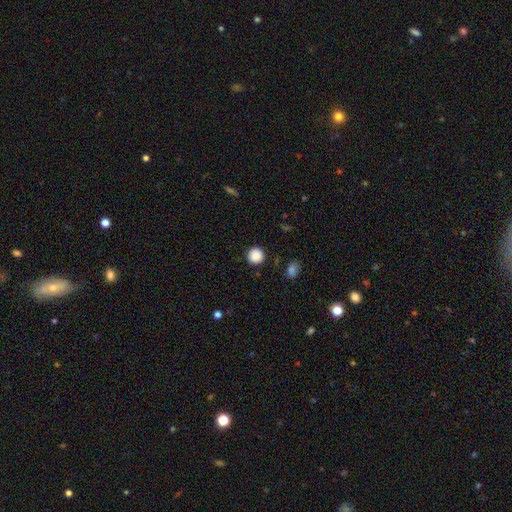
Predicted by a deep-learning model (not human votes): This appears to be a smooth galaxy with no disk features (88%) that is round (94%). Merging: none (90%).